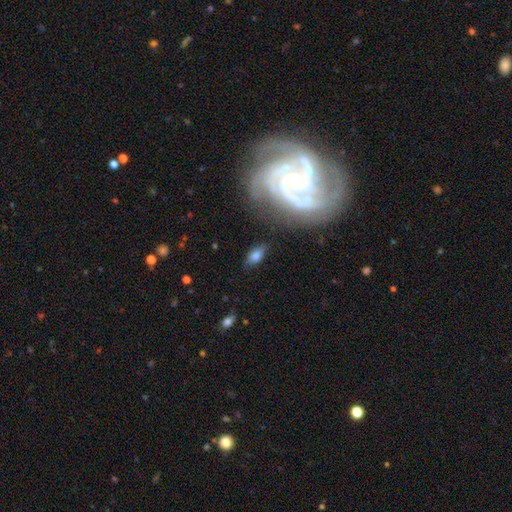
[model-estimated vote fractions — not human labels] A smooth galaxy with no disk features (72%) that is in between round and cigar-shaped (88%).

Vote fractions:
- Smooth or featured? smooth: 72% / featured or disk: 17% / star or artifact: 11%
- How rounded? in between: 88% / cigar-shaped: 6% / round: 6%
- Merging? none: 77% / minor disturbance: 15% / major disturbance: 5% / merger: 3%